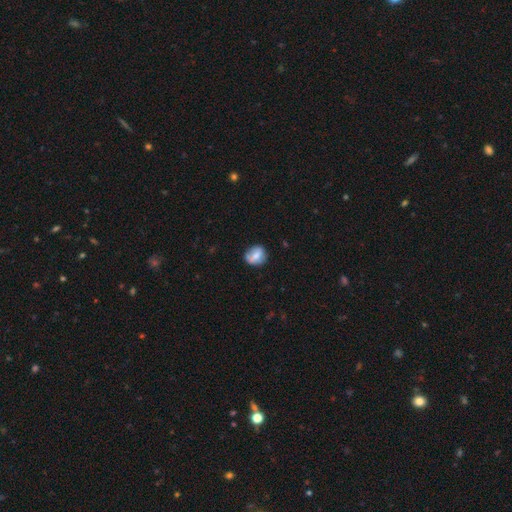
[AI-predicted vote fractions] Overall: smooth (65%; featured or disk 27%). How rounded: round (67%; in between 31%). Merging: none (66%).